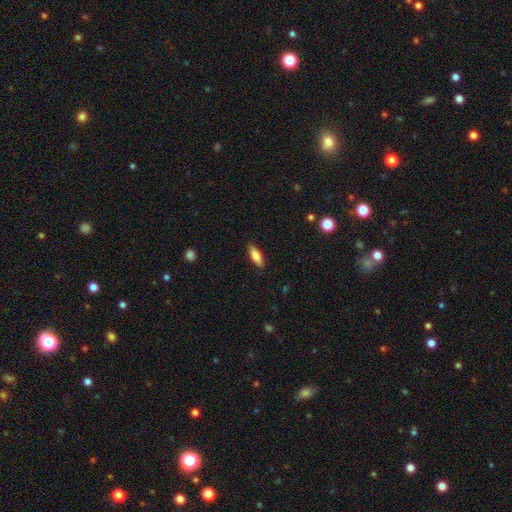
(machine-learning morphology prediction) Smooth or featured? smooth (79%)
How rounded? in between (57%)
Merging? none (87%)